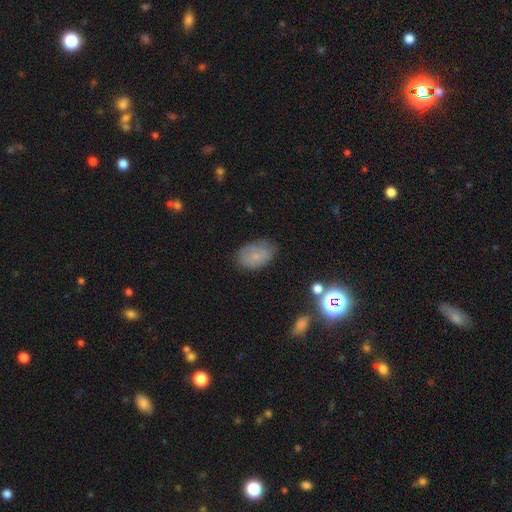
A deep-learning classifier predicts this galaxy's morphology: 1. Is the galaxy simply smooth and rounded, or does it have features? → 66% smooth, 21% featured or disk, 13% star or artifact.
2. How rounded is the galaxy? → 86% in between, 13% round, 1% cigar-shaped.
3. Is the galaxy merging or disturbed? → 70% none, 21% minor disturbance, 6% major disturbance, 2% merger.